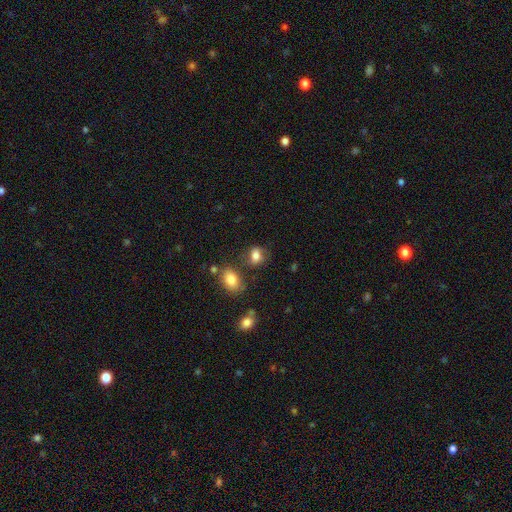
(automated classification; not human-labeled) smooth-or-featured: smooth: 78% | featured or disk: 11% | star or artifact: 10%
  how-rounded: in between: 65% | round: 33% | cigar-shaped: 2%
  merging: none: 64% | minor disturbance: 20% | merger: 10% | major disturbance: 7%